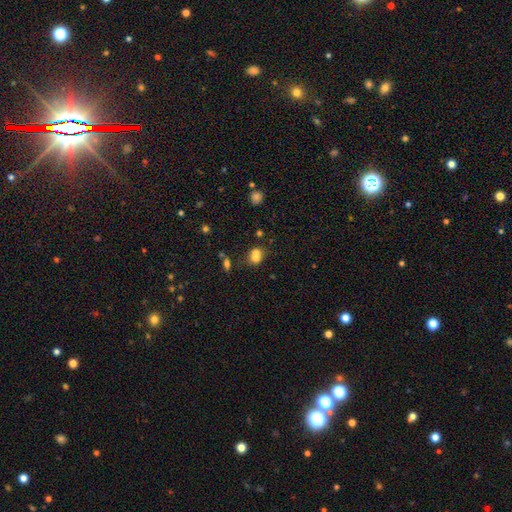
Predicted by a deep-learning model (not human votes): Smooth or featured: smooth — 72% (star or artifact — 14%)
How rounded: round — 56% (in between — 43%)
Merging: merger — 55% (none — 31%)